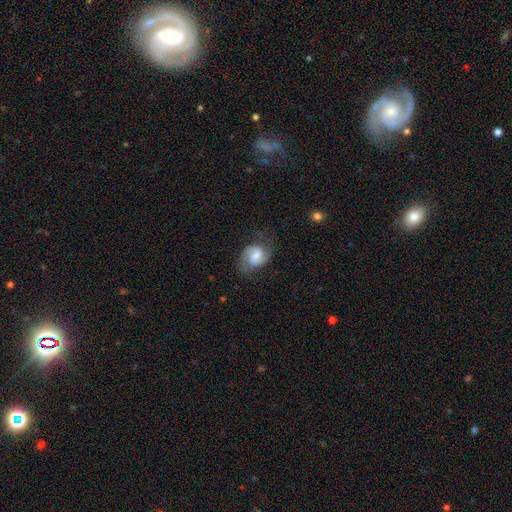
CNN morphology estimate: smooth-or-featured: featured or disk: 71% | smooth: 22% | star or artifact: 7%
  disk-edge-on: no: 97% | yes: 3%
    bar: weak: 56% | no: 24% | strong: 20%
    has-spiral-arms: yes: 94% | no: 6%
      spiral-winding: medium: 51% | loose: 28% | tight: 21%
      spiral-arm-count: 2: 88% | can't tell: 5% | 1: 4% | 3: 1% | 4: 1% | more than 4: 1%
    bulge-size: moderate: 39% | small: 24% | large: 18% | none: 17% | dominant: 2%
  merging: none: 65% | minor disturbance: 22% | major disturbance: 12% | merger: 1%